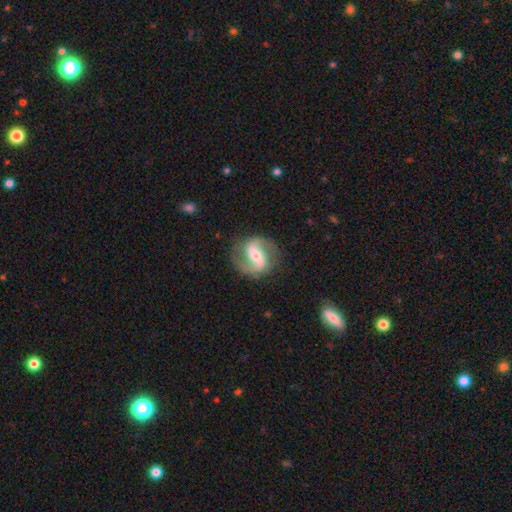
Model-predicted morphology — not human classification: This is clearly a featured or disk galaxy (87%). It is clearly not viewed edge-on (97%). Bar: possibly strong (48%). Spiral arm pattern: clearly yes (95%). Spiral arm count: clearly 2 (92%). Spiral winding: possibly medium (52%). Central bulge: possibly moderate (53%). Merging: clearly none (83%).